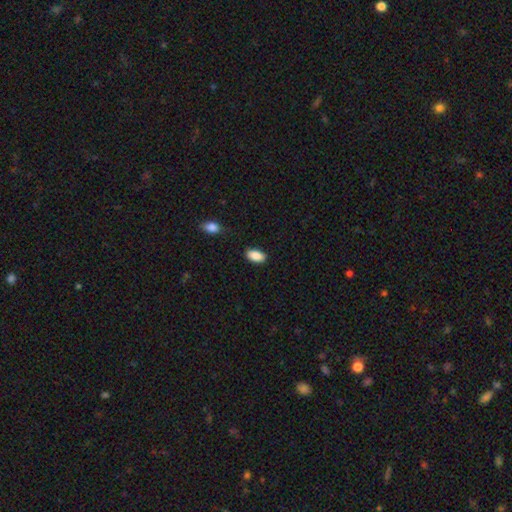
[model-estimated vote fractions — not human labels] smooth-or-featured: smooth: 89% | star or artifact: 7% | featured or disk: 4%
  how-rounded: in between: 93% | round: 3% | cigar-shaped: 3%
  merging: none: 85% | minor disturbance: 11% | major disturbance: 2% | merger: 2%